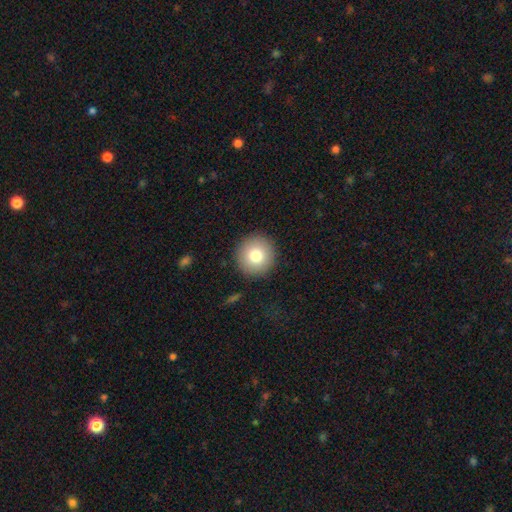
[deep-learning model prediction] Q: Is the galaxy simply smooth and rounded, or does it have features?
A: smooth — 79%.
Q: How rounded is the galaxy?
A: round — 94%.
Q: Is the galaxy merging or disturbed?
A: none — 91%.